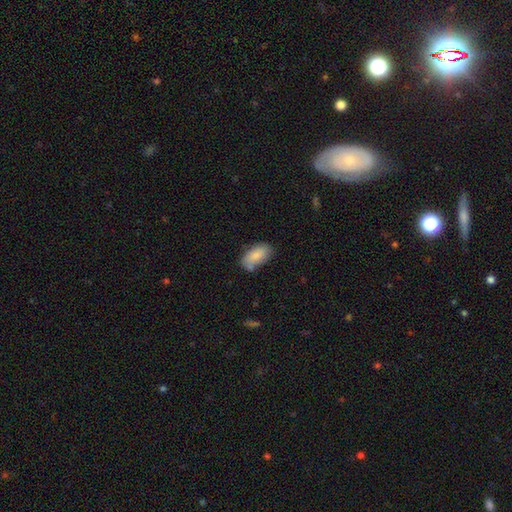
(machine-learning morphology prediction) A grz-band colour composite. It shows a smooth galaxy with no disk features (85%) that is in between round and cigar-shaped (93%). Merging: none (65%).